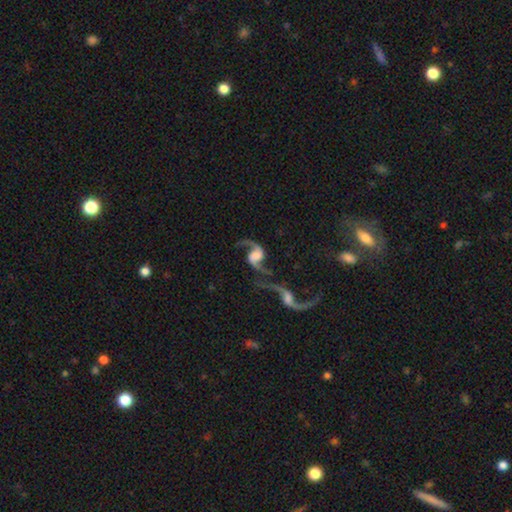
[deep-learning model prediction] featured or disk 90%, smooth 5%, star or artifact 5%. Down the decision tree: edge-on disk — no (97%); bar — no (50%); spiral arms — yes (97%); spiral arm count — 2 (93%); spiral winding — loose (80%); bulge size — large (33%); merging — none (41%).